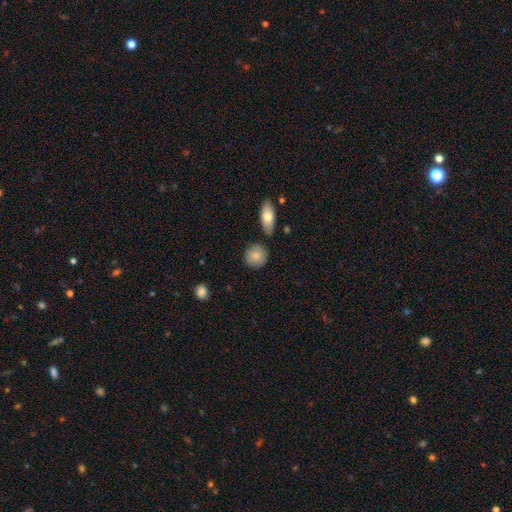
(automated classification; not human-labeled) Smooth or featured? smooth (84%)
How rounded? round (82%)
Merging? none (79%)